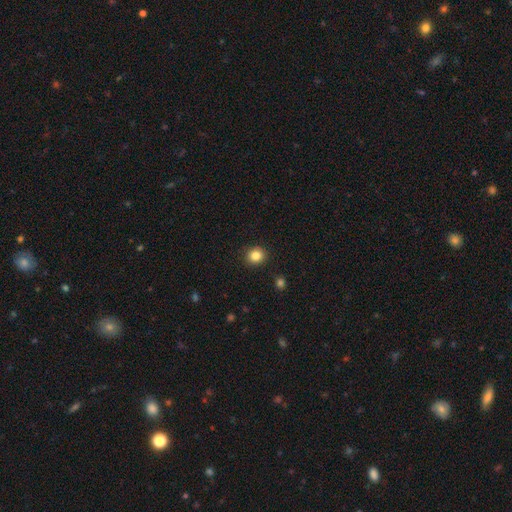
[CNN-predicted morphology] Smooth or featured? Predicted: smooth (p=0.84). How rounded? Predicted: round (p=0.82). Merging? Predicted: none (p=0.91).